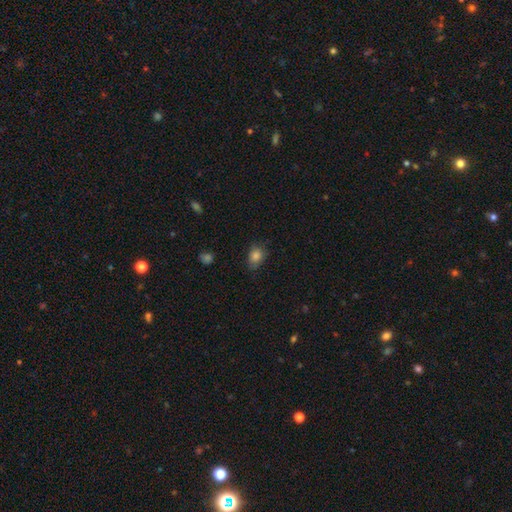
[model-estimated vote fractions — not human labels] smooth 83%, star or artifact 11%, featured or disk 6%. Down the decision tree: how rounded — in between (62%); merging — none (74%).